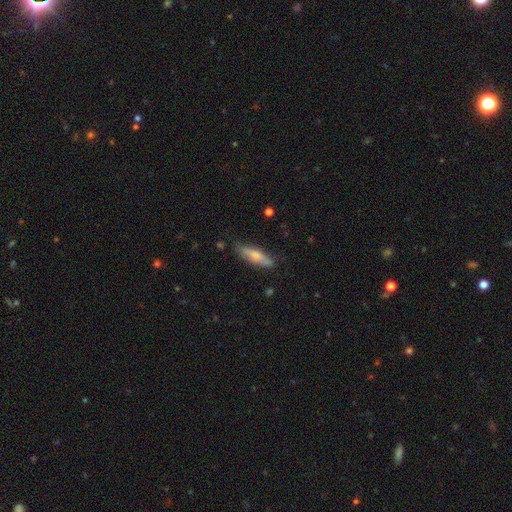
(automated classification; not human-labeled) A smooth galaxy with no disk features (68%) that is cigar-shaped (60%). Merging: none (73%).